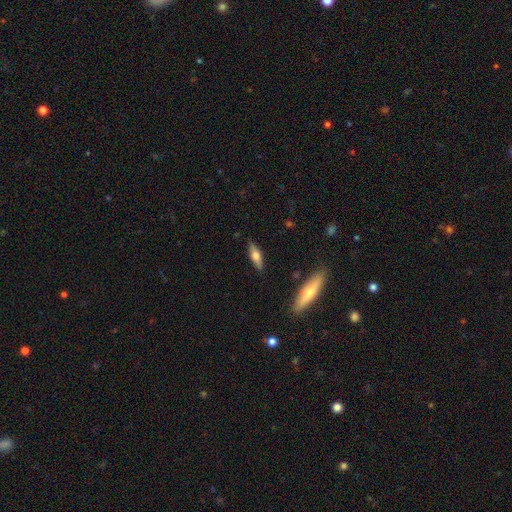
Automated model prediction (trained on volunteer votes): Smooth or featured? Predicted: smooth (p=0.51). How rounded? Predicted: cigar-shaped (p=0.55). Merging? Predicted: none (p=0.86).